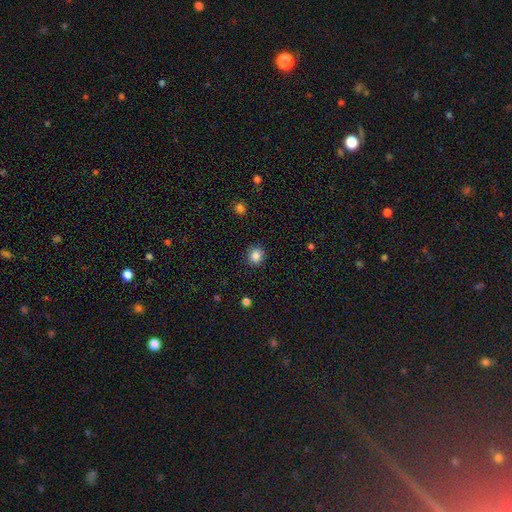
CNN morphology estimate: Q: Smooth or featured?
A: smooth (86%); runner-up: star or artifact (11%)
Q: How rounded?
A: round (86%); runner-up: in between (13%)
Q: Merging?
A: none (89%); runner-up: minor disturbance (7%)